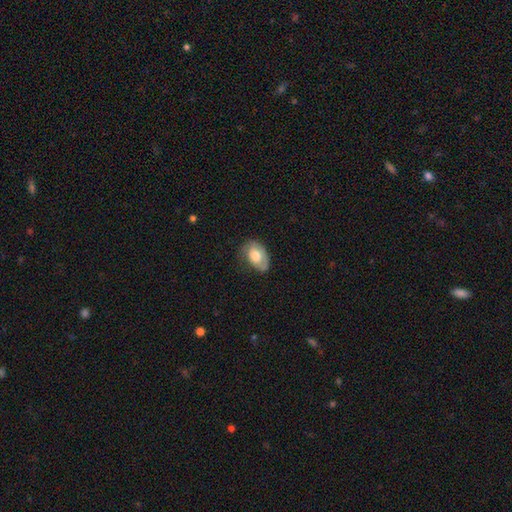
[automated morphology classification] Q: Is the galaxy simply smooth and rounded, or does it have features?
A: smooth — 62%.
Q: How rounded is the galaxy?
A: in between — 86%.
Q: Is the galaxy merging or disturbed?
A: none — 55%.